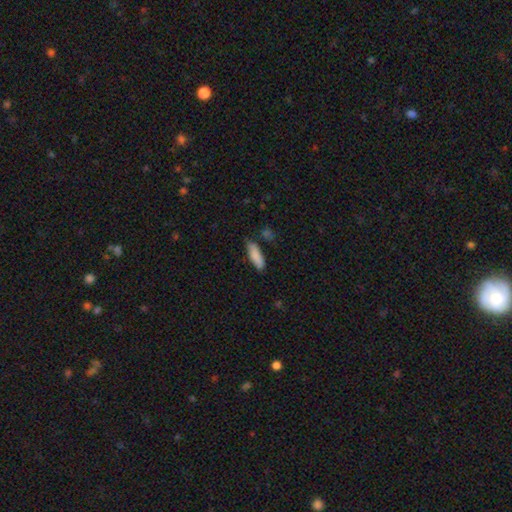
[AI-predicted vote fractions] Smooth or featured: smooth — 87% (featured or disk — 7%)
How rounded: in between — 54% (cigar-shaped — 45%)
Merging: none — 74% (minor disturbance — 18%)